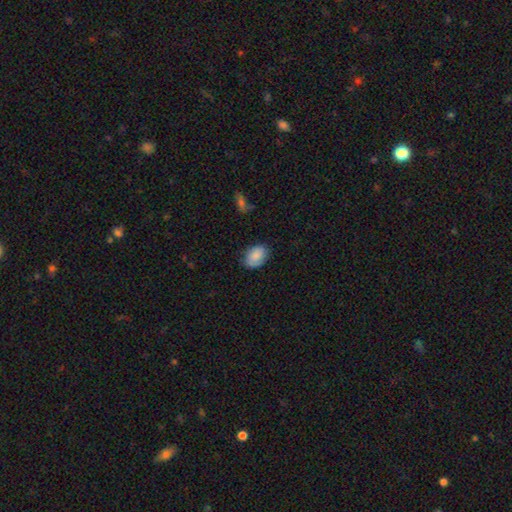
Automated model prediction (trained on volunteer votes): This appears to be a smooth galaxy with no disk features (85%) that is in between round and cigar-shaped (82%). Merging: none (77%).